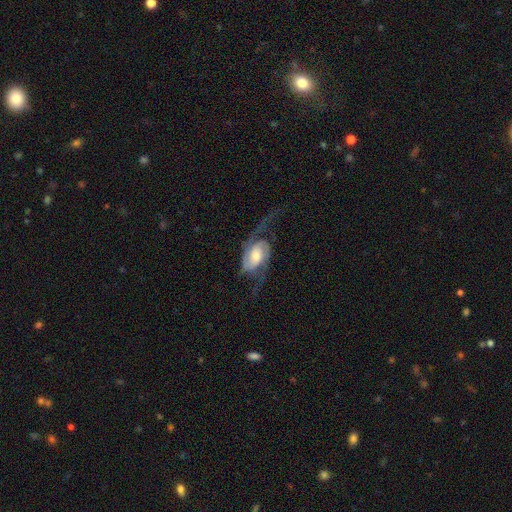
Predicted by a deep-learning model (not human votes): A featured or disk galaxy (83%) with no bar (51%), 2 (86%) loose (49%) spiral arms (95%) and a moderate central bulge (49%).

Vote fractions:
- Smooth or featured? featured or disk: 83% / smooth: 12% / star or artifact: 5%
- Edge-on disk? no: 96% / yes: 4%
- Bar? no: 51% / weak: 36% / strong: 13%
- Spiral arms? yes: 95% / no: 5%
- Spiral winding? loose: 49% / medium: 37% / tight: 14%
- Spiral arm count? 2: 86% / 1: 4% / can't tell: 4% / 3: 3% / 4: 1% / more than 4: 1%
- Bulge size? moderate: 49% / small: 23% / large: 20% / none: 4% / dominant: 4%
- Merging? none: 52% / major disturbance: 30% / minor disturbance: 16% / merger: 2%